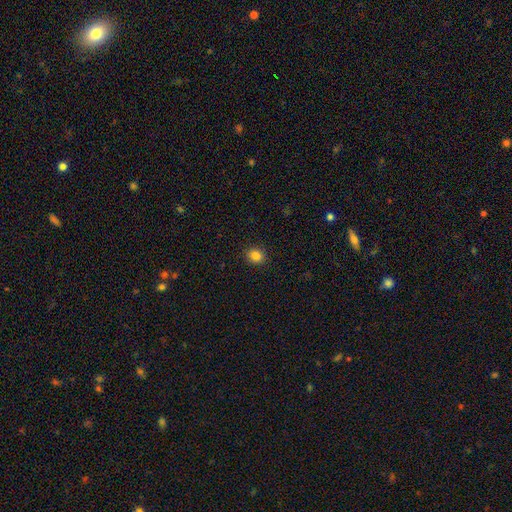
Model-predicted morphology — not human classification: Smooth or featured? smooth (84%)
How rounded? round (71%)
Merging? none (91%)